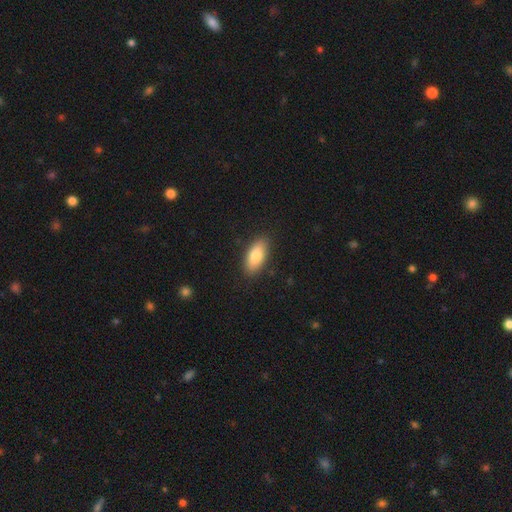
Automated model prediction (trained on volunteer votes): A smooth galaxy with no disk features (81%) that is in between round and cigar-shaped (85%). Merging: none (87%).